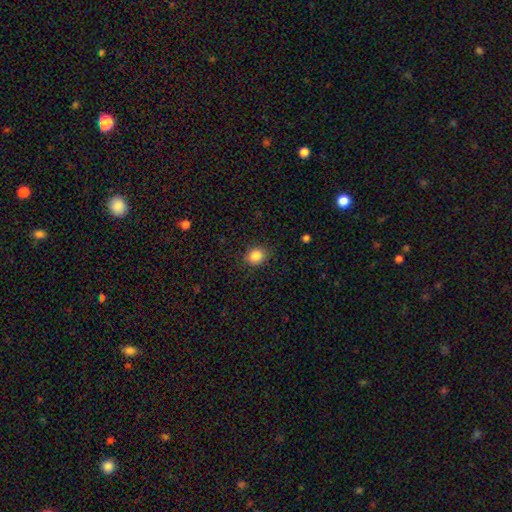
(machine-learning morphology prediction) smooth 86%, star or artifact 10%, featured or disk 4%. Down the decision tree: how rounded — round (64%); merging — none (85%).